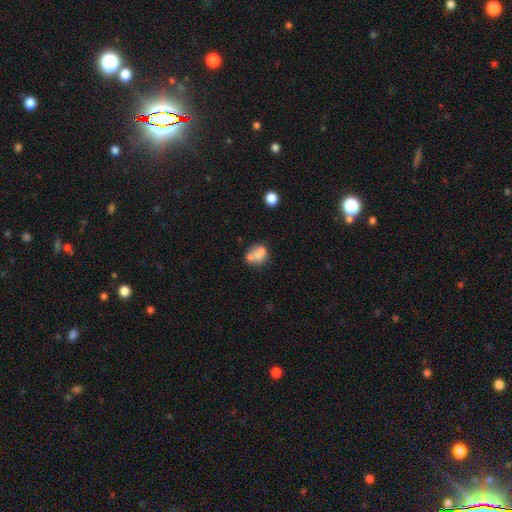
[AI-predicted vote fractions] The model was most divided on "merging": merger: 43%, none: 37%, minor disturbance: 13%, major disturbance: 7%. More confident: smooth or featured — smooth (64%); how rounded — round (61%).